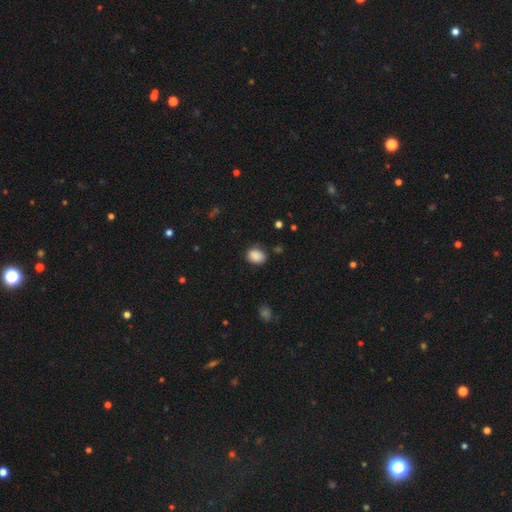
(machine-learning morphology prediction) Smooth or featured? smooth (87%)
How rounded? in between (62%)
Merging? none (78%)